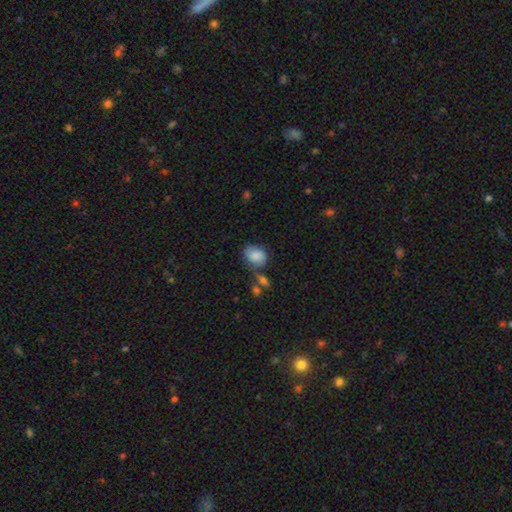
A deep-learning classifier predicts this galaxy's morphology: Smooth or featured? smooth (81%)
How rounded? in between (69%)
Merging? none (54%)